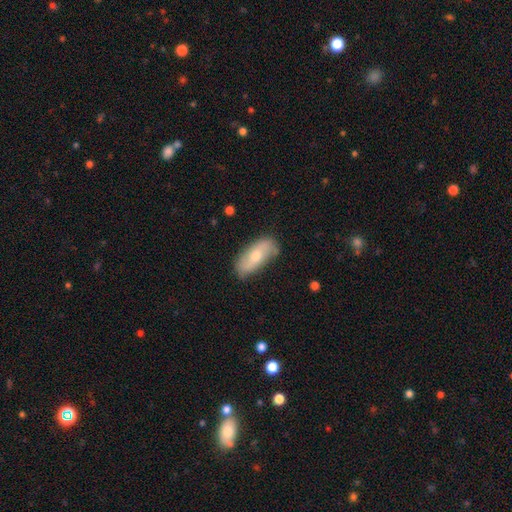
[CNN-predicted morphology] Smooth or featured?
  - smooth: 50% *
  - featured or disk: 43%
  - star or artifact: 6%
How rounded?
  - in between: 84% *
  - cigar-shaped: 12%
  - round: 3%
Merging?
  - none: 79% *
  - minor disturbance: 16%
  - major disturbance: 3%
  - merger: 1%